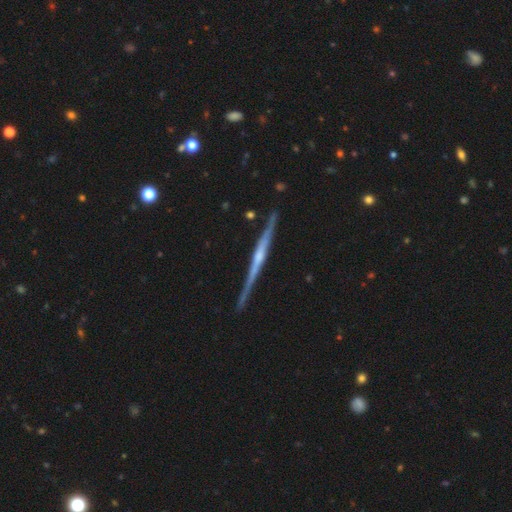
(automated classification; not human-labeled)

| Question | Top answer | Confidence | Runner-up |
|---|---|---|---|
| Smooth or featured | featured or disk | 83% | smooth (12%) |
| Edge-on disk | yes | 98% | no (2%) |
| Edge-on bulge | rounded | 55% | none (31%) |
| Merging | none | 88% | minor disturbance (9%) |